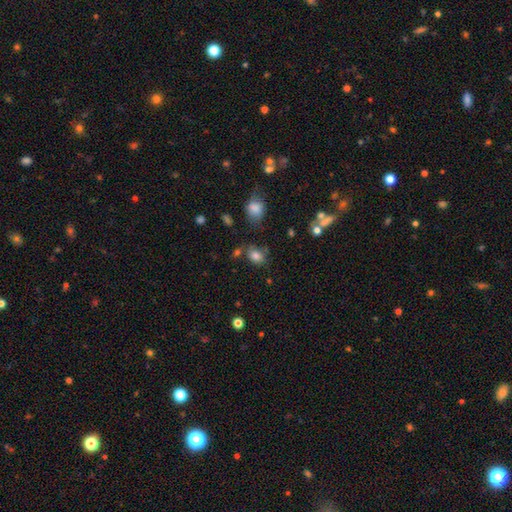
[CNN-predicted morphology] Q: Smooth or featured?
A: smooth (80%); runner-up: star or artifact (11%)
Q: How rounded?
A: in between (66%); runner-up: round (33%)
Q: Merging?
A: none (67%); runner-up: minor disturbance (19%)